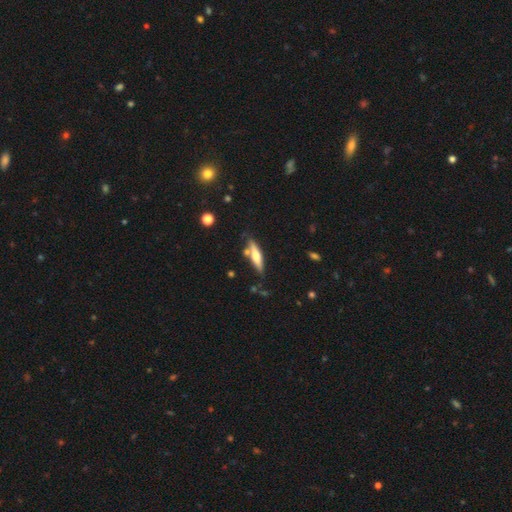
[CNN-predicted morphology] Smooth or featured? featured or disk (50%)
Merging? none (72%)